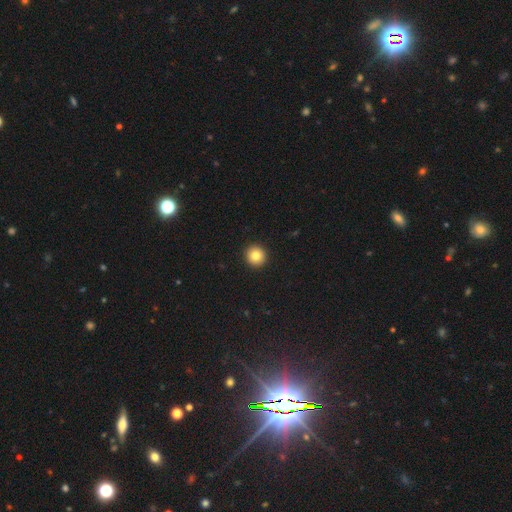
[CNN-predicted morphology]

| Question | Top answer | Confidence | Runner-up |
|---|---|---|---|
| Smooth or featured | smooth | 82% | star or artifact (10%) |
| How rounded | round | 95% | in between (4%) |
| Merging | none | 94% | minor disturbance (4%) |